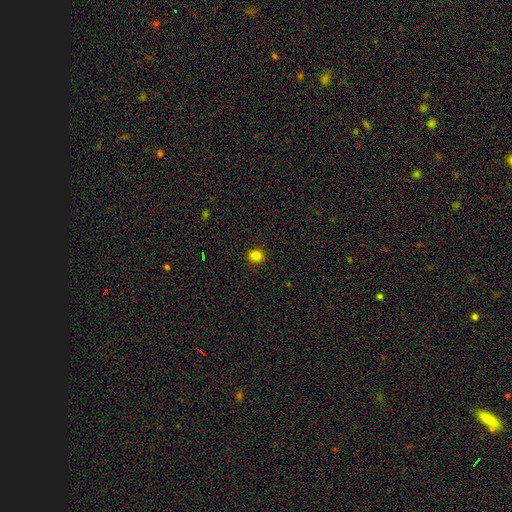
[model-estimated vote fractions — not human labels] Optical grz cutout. It shows a smooth galaxy with no disk features (83%) that is round (84%). Merging: none (92%).